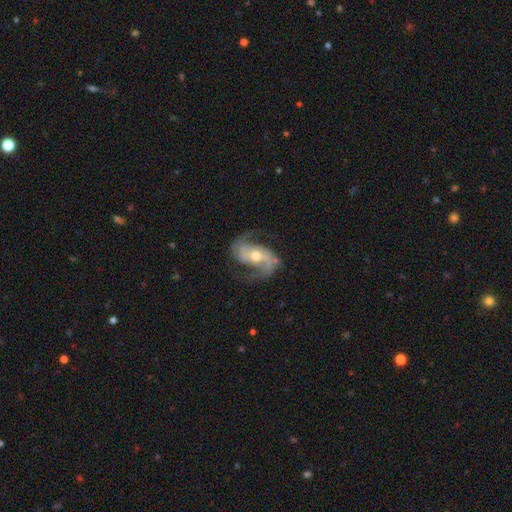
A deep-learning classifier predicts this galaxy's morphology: A featured or disk galaxy (88%) with a weak bar (40%), 2 (91%) medium (47%) spiral arms (96%) and a moderate central bulge (67%).

Vote fractions:
- Smooth or featured? featured or disk: 88% / smooth: 7% / star or artifact: 5%
- Edge-on disk? no: 97% / yes: 3%
- Bar? weak: 40% / no: 37% / strong: 23%
- Spiral arms? yes: 96% / no: 4%
- Spiral winding? medium: 47% / loose: 38% / tight: 15%
- Spiral arm count? 2: 91% / can't tell: 3% / 3: 2% / 1: 2% / 4: 1% / more than 4: 1%
- Bulge size? moderate: 67% / small: 26% / large: 5% / none: 1% / dominant: 1%
- Merging? none: 70% / minor disturbance: 17% / major disturbance: 11% / merger: 2%